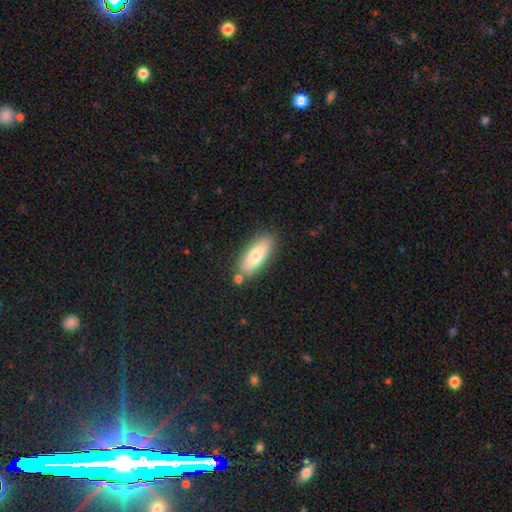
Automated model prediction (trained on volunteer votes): Smooth or featured? Predicted: smooth (p=0.76). How rounded? Predicted: in between (p=0.66). Merging? Predicted: none (p=0.81).